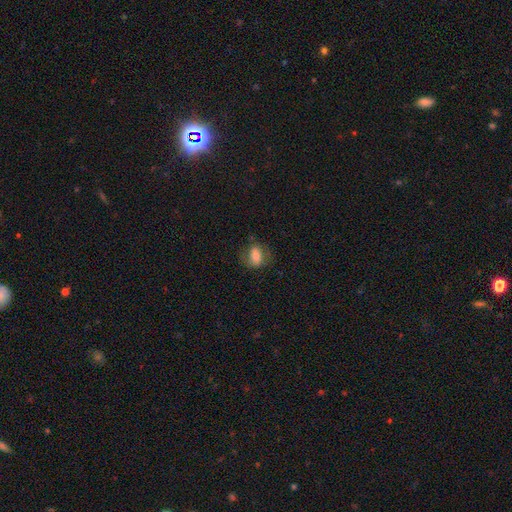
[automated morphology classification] Overall: smooth (69%). How rounded: in between (78%). Merging: none (63%).